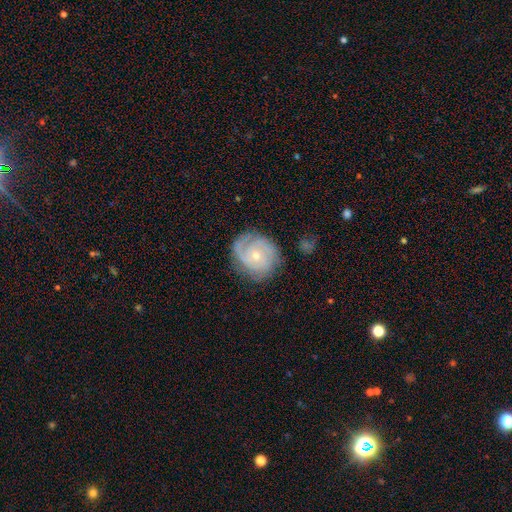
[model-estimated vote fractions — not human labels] featured or disk 81%, smooth 13%, star or artifact 6%. Down the decision tree: edge-on disk — no (98%); bar — no (77%); spiral arms — yes (95%); spiral arm count — 2 (34%); spiral winding — tight (67%); bulge size — small (65%); merging — none (75%).